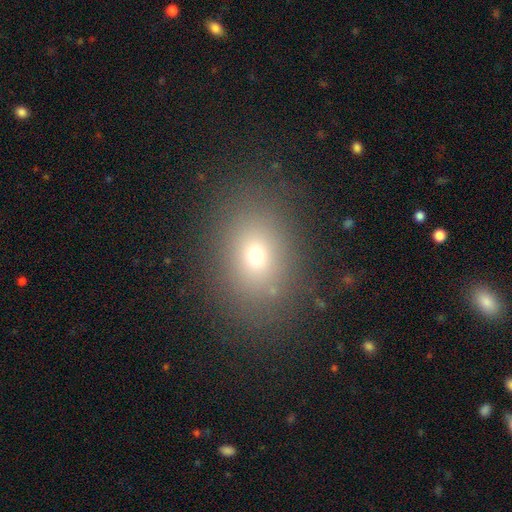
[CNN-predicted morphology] A smooth galaxy with no disk features (67%) that is in between round and cigar-shaped (63%). Merging: none (81%).